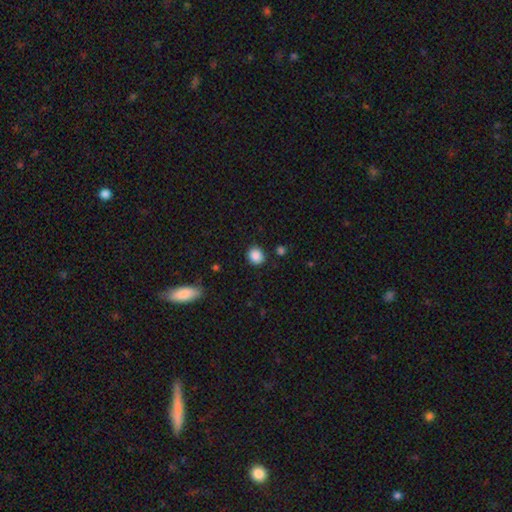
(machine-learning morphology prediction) Smooth or featured? Predicted: smooth (p=0.88). How rounded? Predicted: round (p=0.79). Merging? Predicted: none (p=0.87).